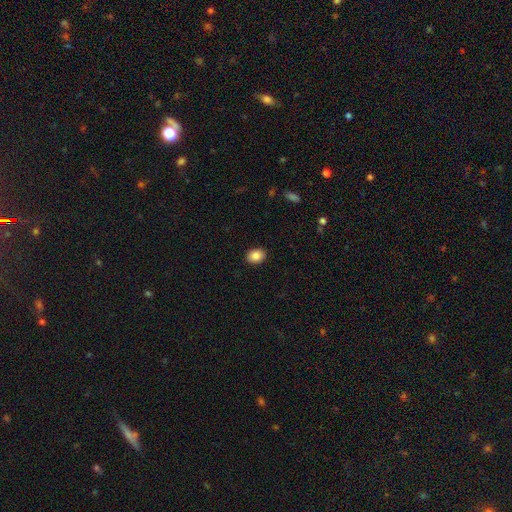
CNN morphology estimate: Overall: smooth (87%). How rounded: in between (61%; round 38%). Merging: none (91%).